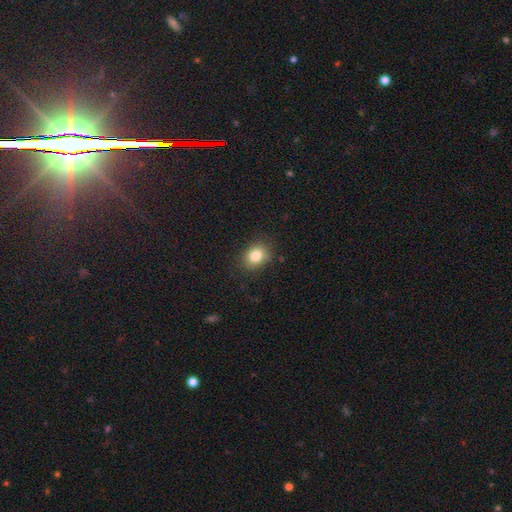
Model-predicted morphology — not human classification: smooth-or-featured: smooth: 83% | star or artifact: 10% | featured or disk: 7%
  how-rounded: round: 50% | in between: 49% | cigar-shaped: 1%
  merging: none: 80% | minor disturbance: 14% | major disturbance: 4% | merger: 1%